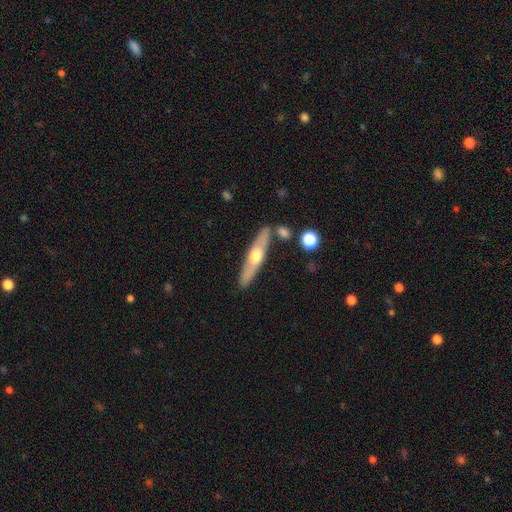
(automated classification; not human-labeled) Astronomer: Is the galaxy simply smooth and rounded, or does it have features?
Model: featured or disk — 56% (runner-up: smooth, 38%).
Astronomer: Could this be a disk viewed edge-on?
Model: yes — 87%.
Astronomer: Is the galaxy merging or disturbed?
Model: none — 82%.